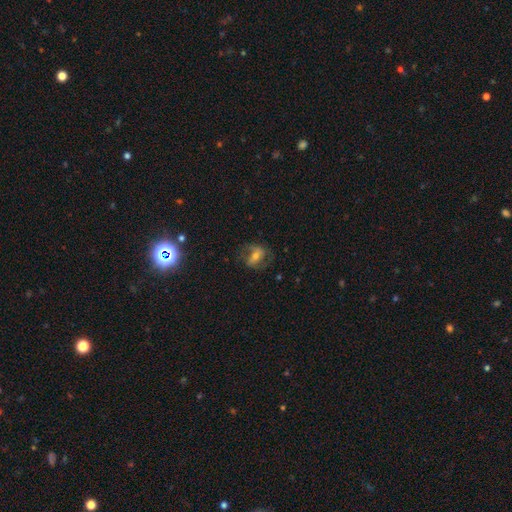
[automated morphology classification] This is possibly a featured or disk galaxy (56%). It is clearly not viewed edge-on (93%). Bar: marginally strong (37%). Spiral arm pattern: likely yes (75%). Central bulge: possibly moderate (51%). Merging: likely none (66%).